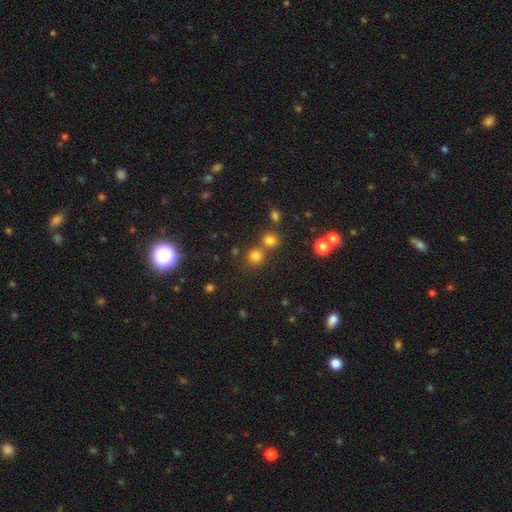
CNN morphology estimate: type=smooth (74%); roundness=round (90%); merging=none (67%).